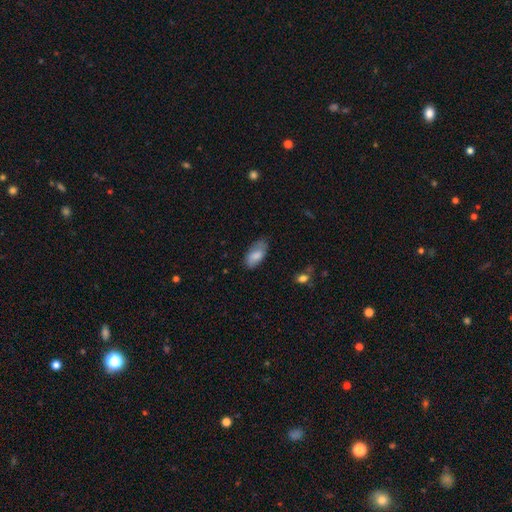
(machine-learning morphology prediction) Smooth or featured: smooth — 79% (featured or disk — 14%)
How rounded: in between — 92% (cigar-shaped — 5%)
Merging: none — 64% (minor disturbance — 27%)